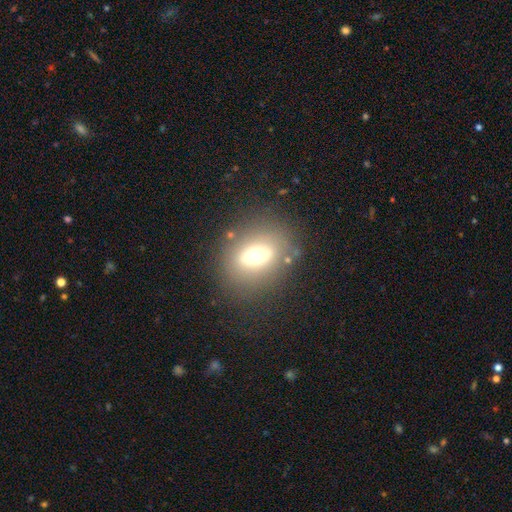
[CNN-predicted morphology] A smooth galaxy with no disk features (56%) that is in between round and cigar-shaped (58%).

Vote fractions:
- Smooth or featured? smooth: 56% / featured or disk: 31% / star or artifact: 13%
- How rounded? in between: 58% / round: 39% / cigar-shaped: 4%
- Merging? none: 77% / minor disturbance: 13% / major disturbance: 6% / merger: 4%